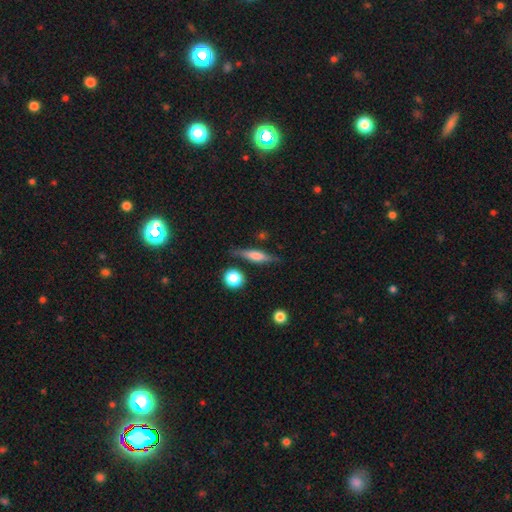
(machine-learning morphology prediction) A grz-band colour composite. It shows a featured or disk galaxy (46%, tied with smooth). Merging: none (79%).